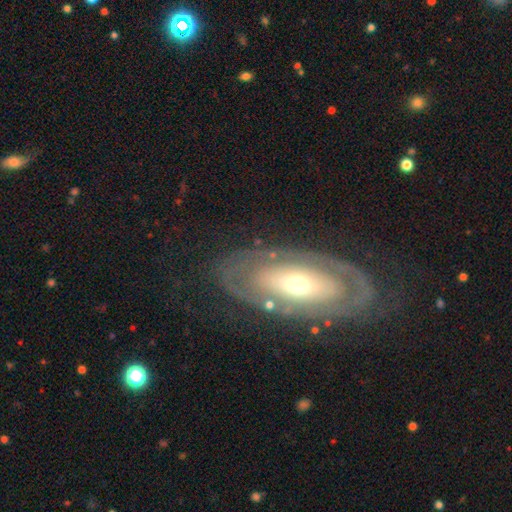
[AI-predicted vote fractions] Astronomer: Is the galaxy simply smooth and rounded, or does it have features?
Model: featured or disk — 79%.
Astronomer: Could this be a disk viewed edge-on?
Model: no — 89%.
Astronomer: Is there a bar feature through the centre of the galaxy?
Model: no — 67%.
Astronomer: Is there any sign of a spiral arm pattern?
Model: yes — 69%.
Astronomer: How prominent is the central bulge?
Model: moderate — 57% (runner-up: small, 33%).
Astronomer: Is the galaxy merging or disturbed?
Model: none — 80%.